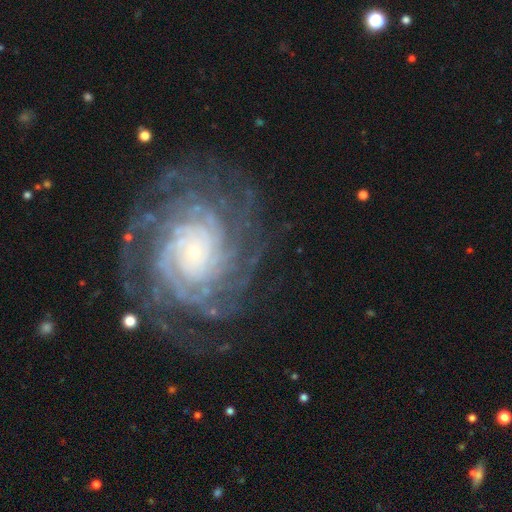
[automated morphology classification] smooth-or-featured: featured or disk: 89% | star or artifact: 6% | smooth: 5%
  disk-edge-on: no: 97% | yes: 3%
    bar: no: 78% | weak: 15% | strong: 7%
    has-spiral-arms: yes: 98% | no: 2%
      spiral-winding: tight: 81% | medium: 16% | loose: 3%
      spiral-arm-count: more than 4: 32% | can't tell: 21% | 4: 18% | 3: 11% | 2: 10% | 1: 8%
    bulge-size: small: 82% | moderate: 11% | large: 3% | none: 2% | dominant: 1%
  merging: none: 79% | minor disturbance: 13% | major disturbance: 6% | merger: 1%